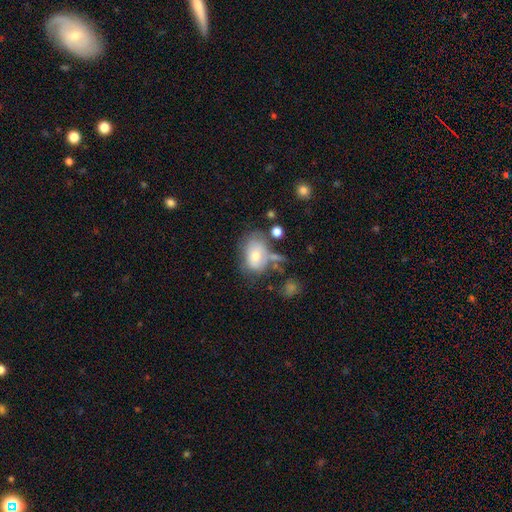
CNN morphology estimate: A smooth galaxy with no disk features (66%) that is in between round and cigar-shaped (79%). Merging: none (40%).